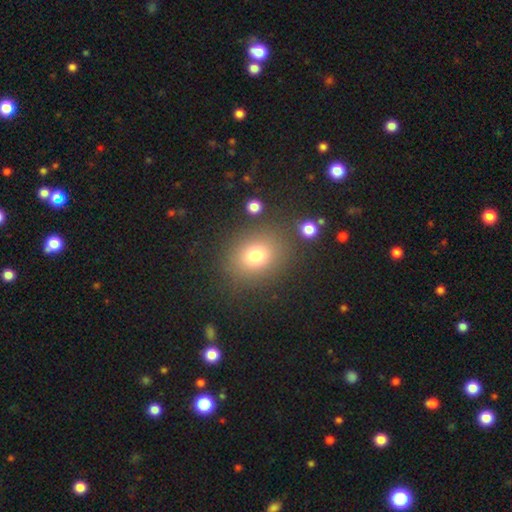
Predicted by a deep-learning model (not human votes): Smooth or featured: smooth — 76% (star or artifact — 15%)
How rounded: round — 63% (in between — 36%)
Merging: none — 81% (minor disturbance — 10%)